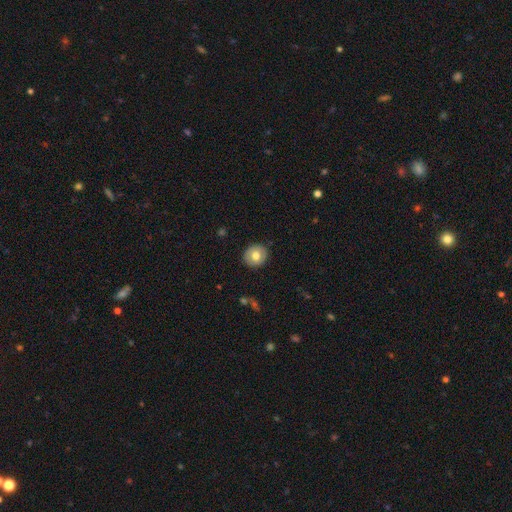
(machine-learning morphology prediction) A smooth galaxy with no disk features (71%) that is round (84%). Merging: none (90%).